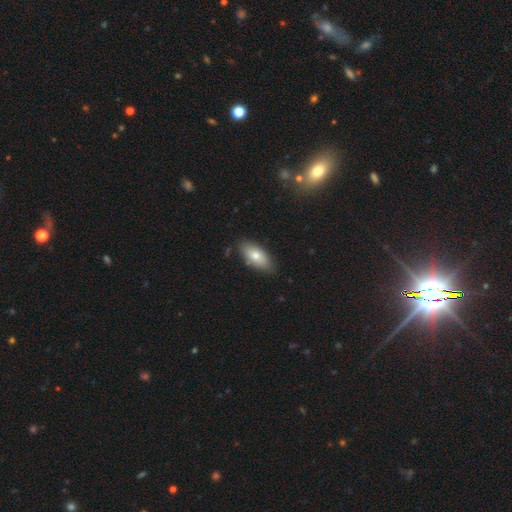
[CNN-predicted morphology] The model was most divided on "smooth or featured": smooth: 75%, featured or disk: 18%, star or artifact: 7%. More confident: how rounded — in between (88%); merging — none (82%).